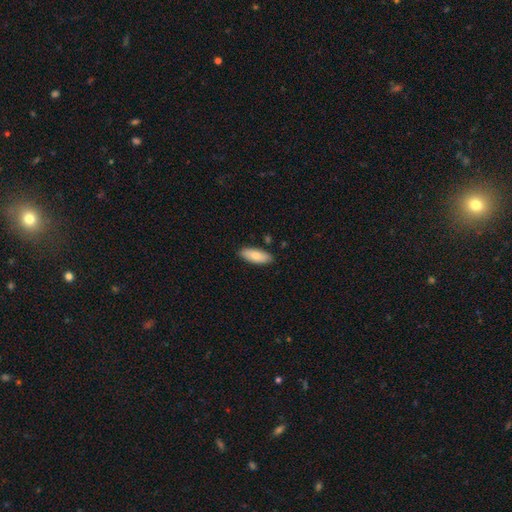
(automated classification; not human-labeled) A smooth galaxy with no disk features (81%) that is in between round and cigar-shaped (78%). Merging: none (86%).